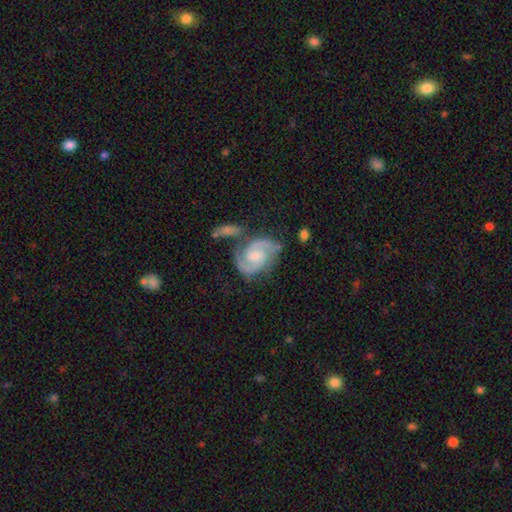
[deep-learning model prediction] Smooth or featured? Predicted: featured or disk (p=0.90). Edge-on disk? Predicted: no (p=0.98). Bar? Predicted: no (p=0.50). Spiral arms? Predicted: yes (p=0.98). Spiral winding? Predicted: medium (p=0.51). Spiral arm count? Predicted: 2 (p=0.91). Bulge size? Predicted: small (p=0.48). Merging? Predicted: none (p=0.59).